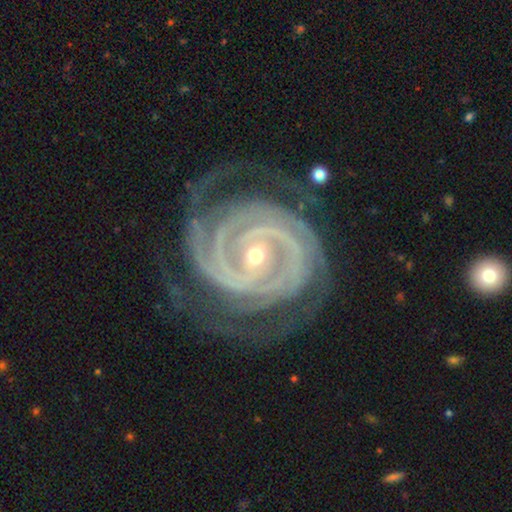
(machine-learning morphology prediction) A featured or disk galaxy (93%) with no bar (41%), 2 (30%) tight (79%) spiral arms (99%) and a small central bulge (57%).

Vote fractions:
- Smooth or featured? featured or disk: 93% / star or artifact: 4% / smooth: 3%
- Edge-on disk? no: 98% / yes: 2%
- Bar? no: 41% / weak: 33% / strong: 26%
- Spiral arms? yes: 99% / no: 1%
- Spiral winding? tight: 79% / medium: 18% / loose: 3%
- Spiral arm count? 2: 30% / 3: 25% / 4: 15% / can't tell: 13% / more than 4: 9% / 1: 8%
- Bulge size? small: 57% / moderate: 40% / large: 2% / none: 1% / dominant: 1%
- Merging? none: 68% / minor disturbance: 18% / major disturbance: 13% / merger: 2%